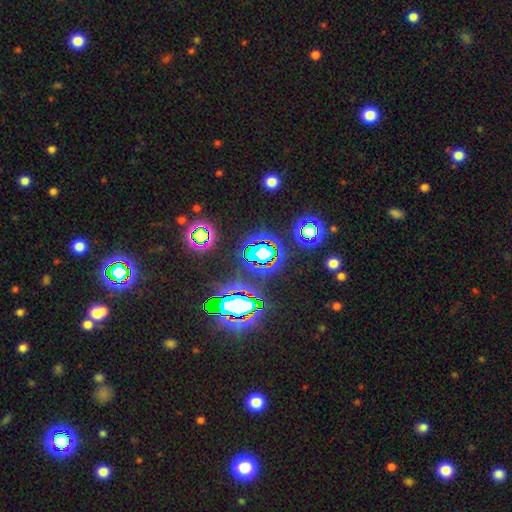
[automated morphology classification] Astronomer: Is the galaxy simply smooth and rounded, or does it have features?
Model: star or artifact — 80%.